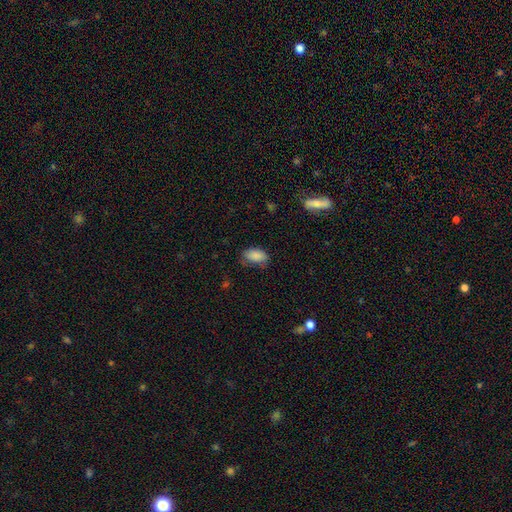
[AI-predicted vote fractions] This appears to be a smooth galaxy with no disk features (87%) that is in between round and cigar-shaped (93%). Merging: none (68%).